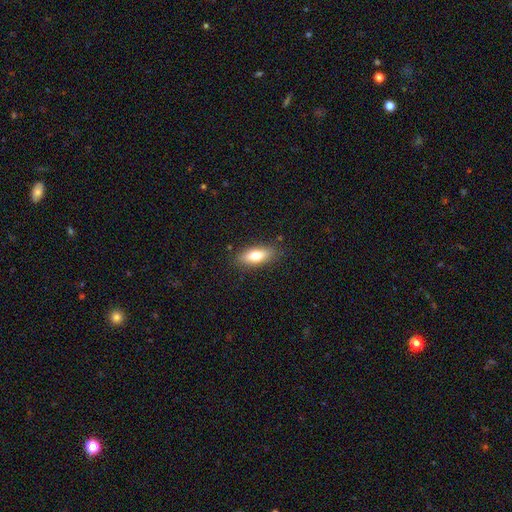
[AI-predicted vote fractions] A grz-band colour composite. It shows a smooth galaxy with no disk features (74%) that is in between round and cigar-shaped (74%). Merging: none (84%).